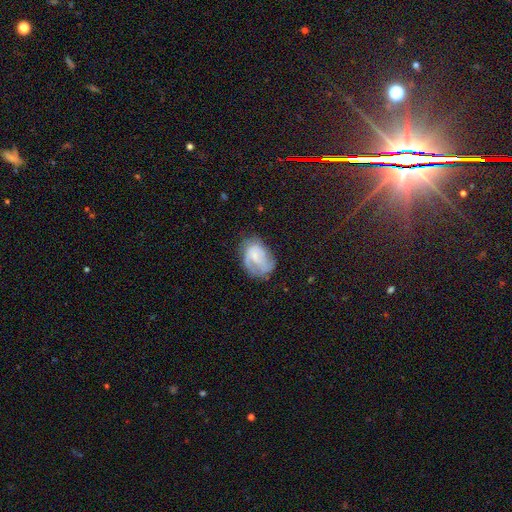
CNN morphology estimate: A featured or disk galaxy (56%) with no bar (58%), spiral arms (74%) and a small central bulge (44%). Merging: none (47%).